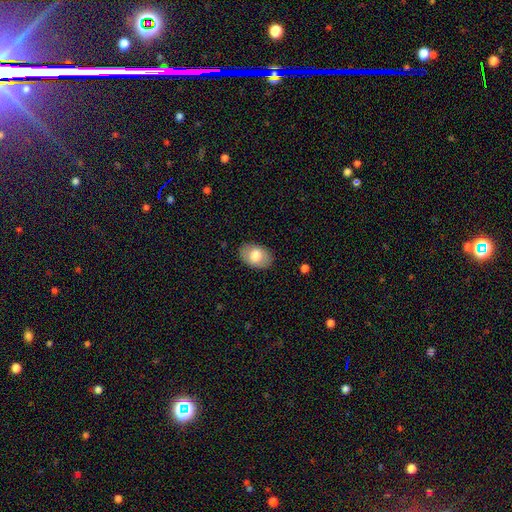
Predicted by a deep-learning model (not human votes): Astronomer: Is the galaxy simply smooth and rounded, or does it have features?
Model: smooth — 75%.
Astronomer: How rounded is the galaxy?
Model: in between — 87%.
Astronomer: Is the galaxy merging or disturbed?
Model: none — 86%.